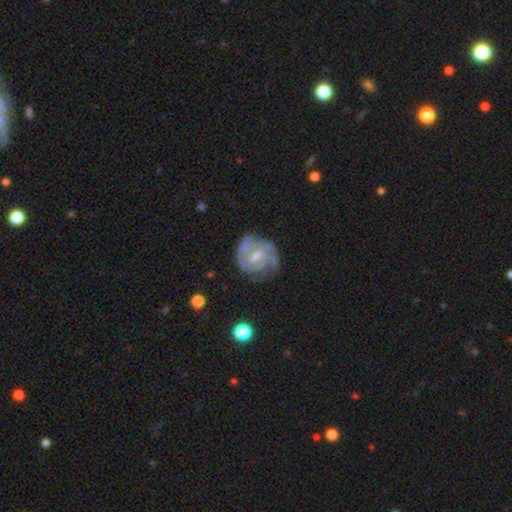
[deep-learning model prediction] Smooth or featured? featured or disk (81%)
Edge-on disk? no (98%)
Bar? weak (52%)
Spiral arms? yes (92%)
Spiral winding? tight (59%)
Spiral arm count? 2 (39%)
Bulge size? small (47%)
Merging? none (59%)